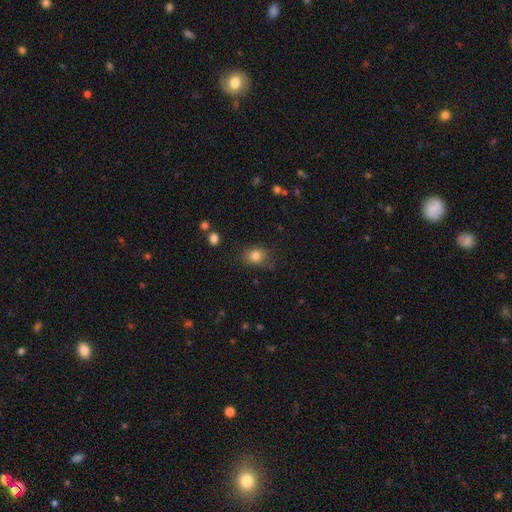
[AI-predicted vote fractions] A smooth galaxy with no disk features (82%) that is round (56%). Merging: none (73%).